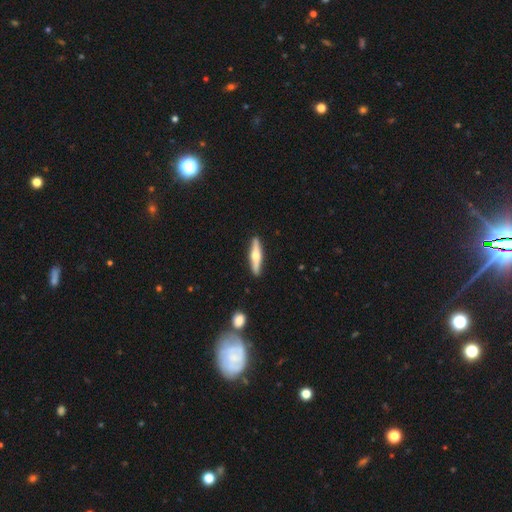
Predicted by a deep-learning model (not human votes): This appears to be a featured or disk galaxy (56%) viewed edge-on (94%) with a rounded central bulge (93%). Merging: none (90%).